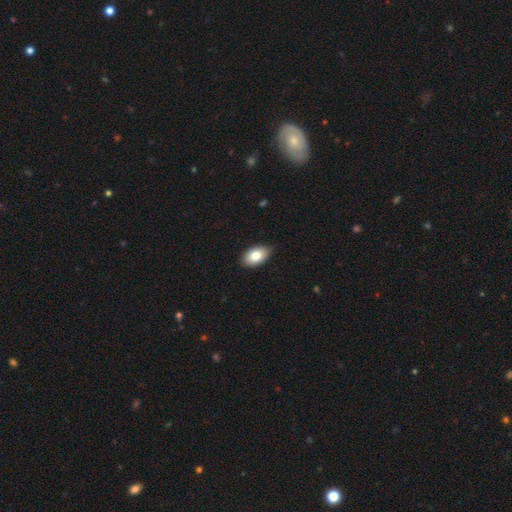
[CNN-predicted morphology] Overall: smooth (82%). How rounded: in between (91%). Merging: none (82%).